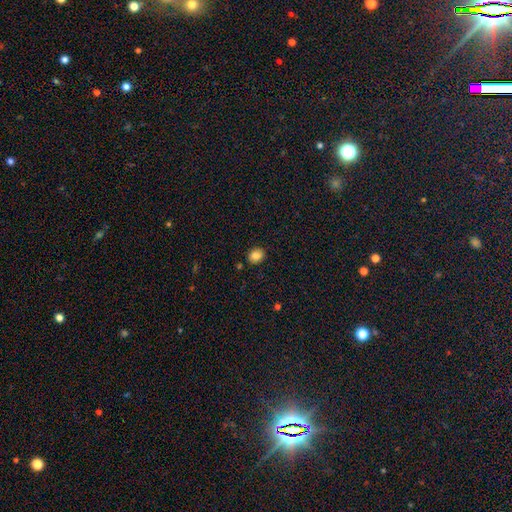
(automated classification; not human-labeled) smooth 83%, star or artifact 10%, featured or disk 8%. Down the decision tree: how rounded — round (55%); merging — none (87%).